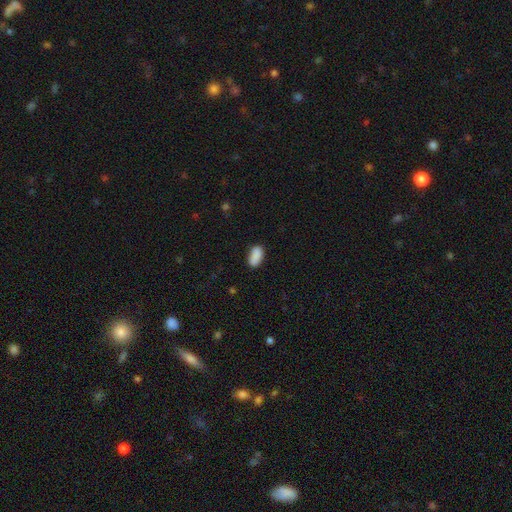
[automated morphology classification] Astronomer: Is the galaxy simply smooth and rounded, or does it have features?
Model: smooth — 89%.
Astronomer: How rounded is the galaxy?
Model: in between — 93%.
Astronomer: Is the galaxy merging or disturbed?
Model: none — 81%.